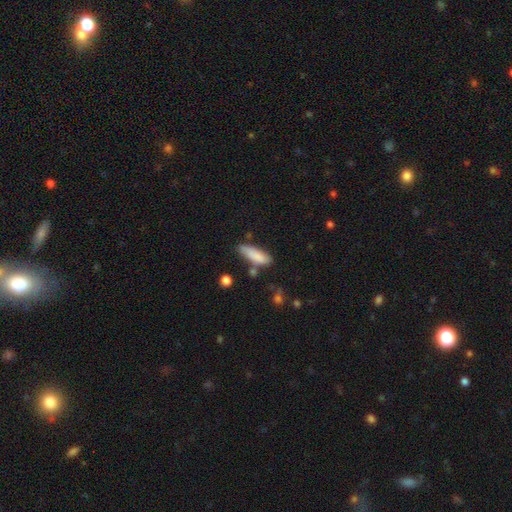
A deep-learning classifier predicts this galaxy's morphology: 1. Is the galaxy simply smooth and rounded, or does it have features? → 85% smooth, 8% featured or disk, 6% star or artifact.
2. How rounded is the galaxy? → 52% in between, 46% cigar-shaped, 2% round.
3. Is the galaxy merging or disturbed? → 67% none, 22% minor disturbance, 7% merger, 5% major disturbance.